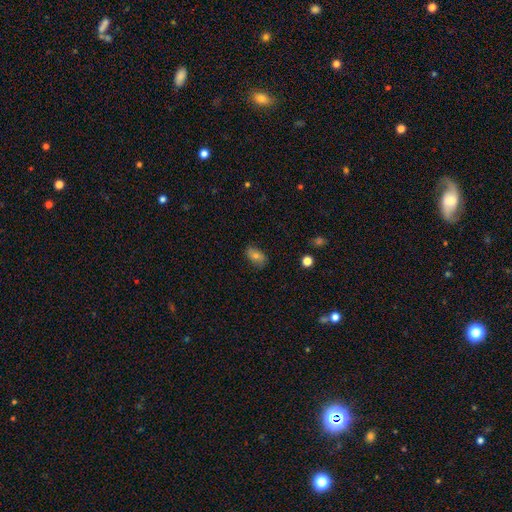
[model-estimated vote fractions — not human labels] Smooth or featured? Predicted: smooth (p=0.66). How rounded? Predicted: in between (p=0.85). Merging? Predicted: none (p=0.78).